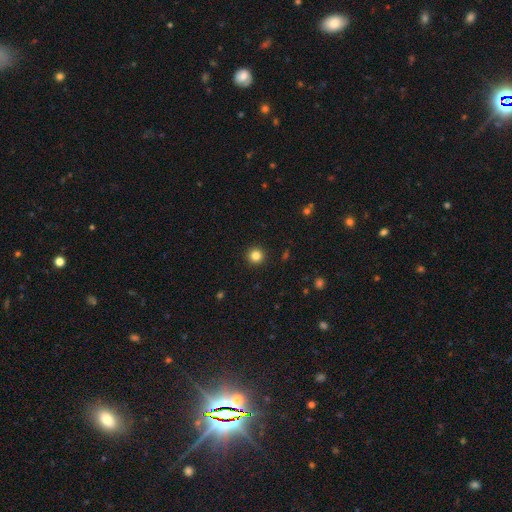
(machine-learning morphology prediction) Smooth or featured?
  - smooth: 83% *
  - star or artifact: 12%
  - featured or disk: 5%
How rounded?
  - round: 96% *
  - in between: 3%
  - cigar-shaped: 1%
Merging?
  - none: 93% *
  - minor disturbance: 4%
  - major disturbance: 2%
  - merger: 1%